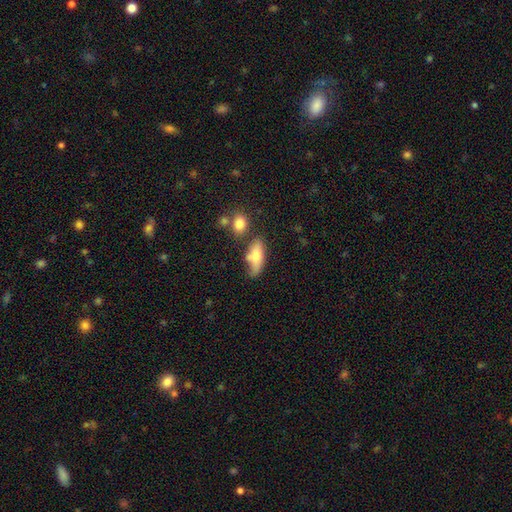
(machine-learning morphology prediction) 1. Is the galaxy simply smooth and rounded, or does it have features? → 71% smooth, 22% featured or disk, 8% star or artifact.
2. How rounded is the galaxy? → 74% in between, 22% cigar-shaped, 4% round.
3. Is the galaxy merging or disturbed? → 45% none, 28% minor disturbance, 15% merger, 13% major disturbance.